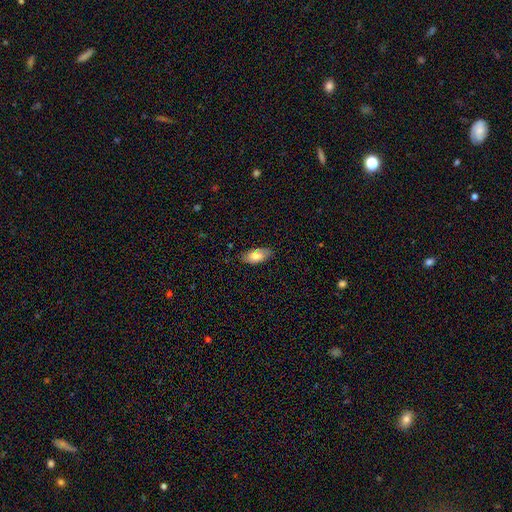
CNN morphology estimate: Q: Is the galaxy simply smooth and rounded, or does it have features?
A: smooth — 75%.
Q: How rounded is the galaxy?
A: in between — 91%.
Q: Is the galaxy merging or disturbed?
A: none — 78%.